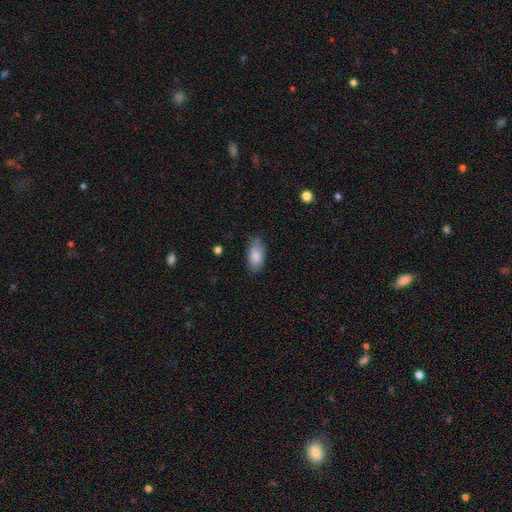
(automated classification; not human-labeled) smooth 86%, featured or disk 7%, star or artifact 6%. Down the decision tree: how rounded — in between (92%); merging — none (69%).